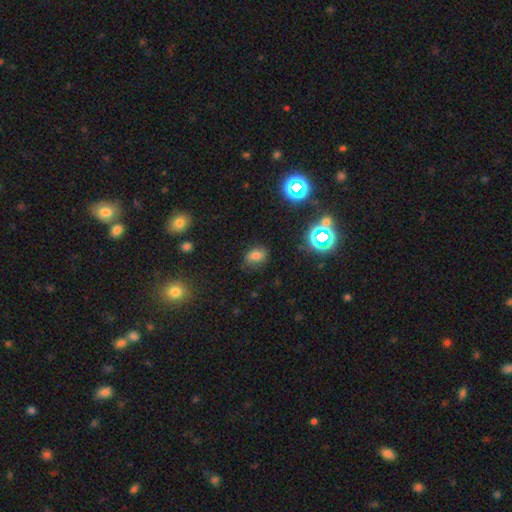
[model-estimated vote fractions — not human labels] smooth_or_featured: smooth (p=0.67) [alt: star or artifact p=0.23]
how_rounded: in between (p=0.72) [alt: round p=0.26]
merging: none (p=0.78) [alt: minor disturbance p=0.16]